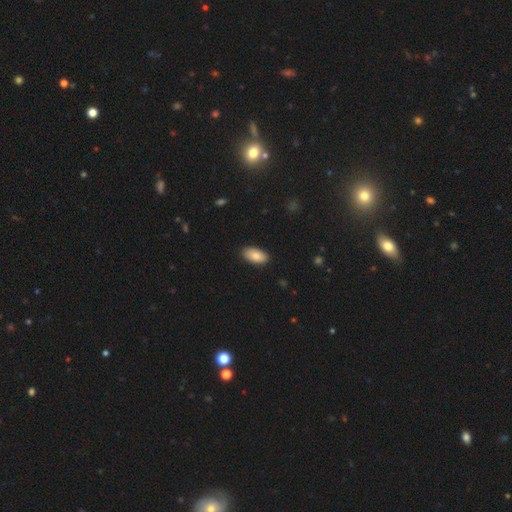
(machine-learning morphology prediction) Q: Smooth or featured?
A: smooth (84%); runner-up: featured or disk (9%)
Q: How rounded?
A: in between (94%); runner-up: cigar-shaped (3%)
Q: Merging?
A: none (88%); runner-up: minor disturbance (9%)